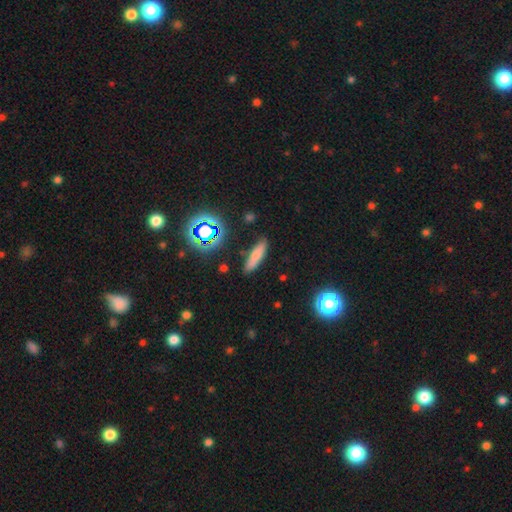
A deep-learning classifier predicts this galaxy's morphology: A smooth galaxy with no disk features (71%) that is cigar-shaped (66%). Merging: none (82%).